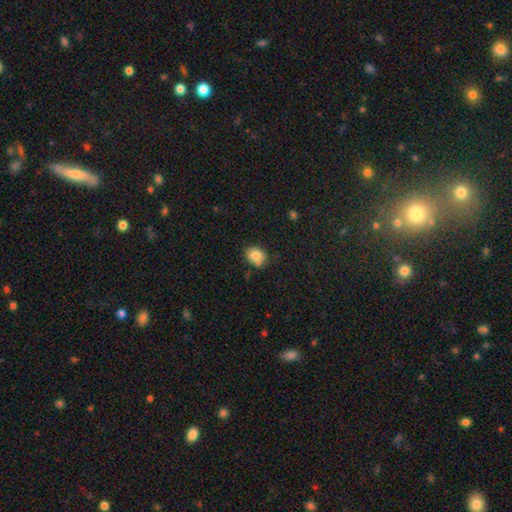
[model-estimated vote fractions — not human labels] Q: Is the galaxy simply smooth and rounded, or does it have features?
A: smooth — 82%.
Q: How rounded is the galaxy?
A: round — 51%.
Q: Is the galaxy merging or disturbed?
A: none — 72%.